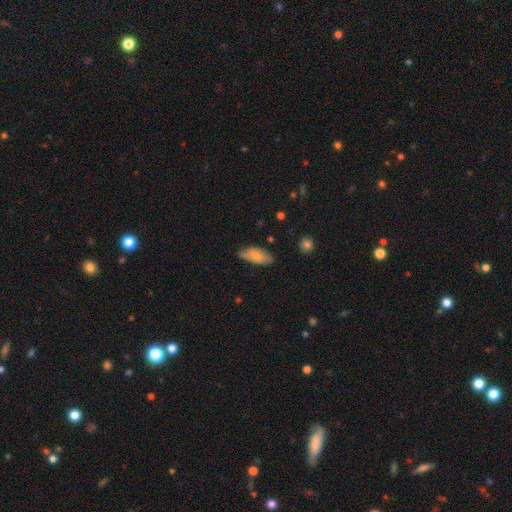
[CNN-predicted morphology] Smooth or featured: smooth — 77% (featured or disk — 17%)
How rounded: in between — 85% (cigar-shaped — 12%)
Merging: none — 59% (minor disturbance — 32%)